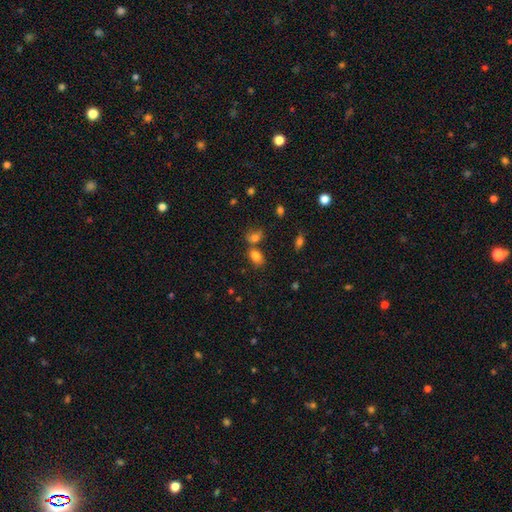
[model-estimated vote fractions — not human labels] The model was most divided on "merging": none: 57%, merger: 26%, minor disturbance: 13%, major disturbance: 4%. More confident: how rounded — in between (84%); smooth or featured — smooth (81%).